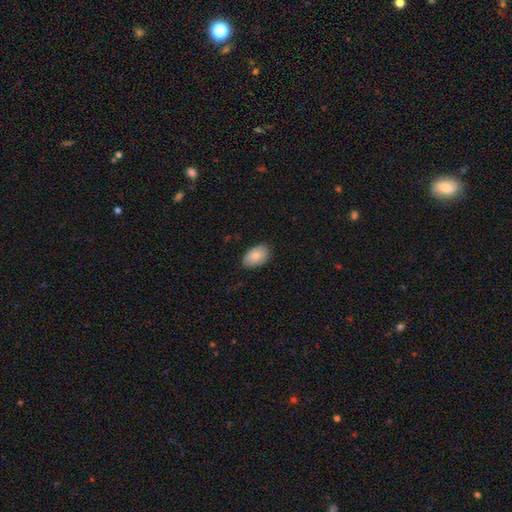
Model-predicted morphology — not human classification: A smooth galaxy with no disk features (76%) that is in between round and cigar-shaped (90%). Merging: none (80%).